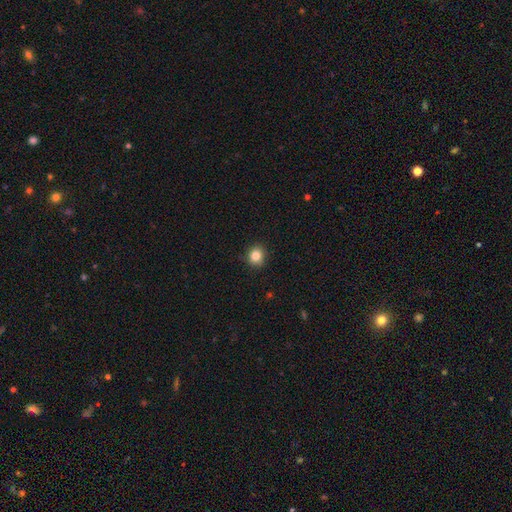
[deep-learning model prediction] Smooth or featured: smooth — 84% (star or artifact — 11%)
How rounded: round — 78% (in between — 21%)
Merging: none — 88% (minor disturbance — 9%)